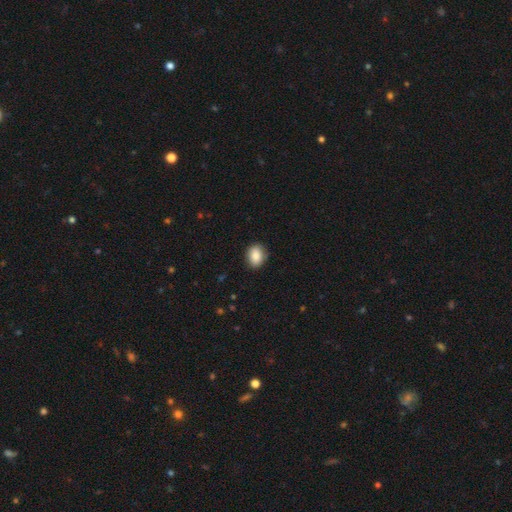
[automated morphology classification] Smooth or featured: smooth — 87% (star or artifact — 8%)
How rounded: in between — 65% (round — 34%)
Merging: none — 86% (minor disturbance — 11%)